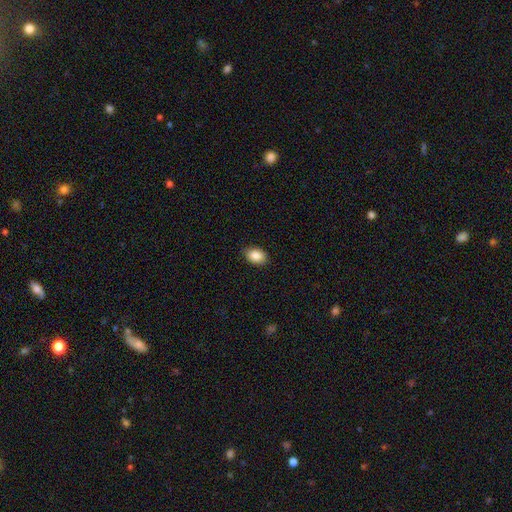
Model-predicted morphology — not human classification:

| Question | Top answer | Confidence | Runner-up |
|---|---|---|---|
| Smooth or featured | smooth | 88% | star or artifact (8%) |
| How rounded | in between | 81% | round (18%) |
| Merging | none | 85% | minor disturbance (12%) |